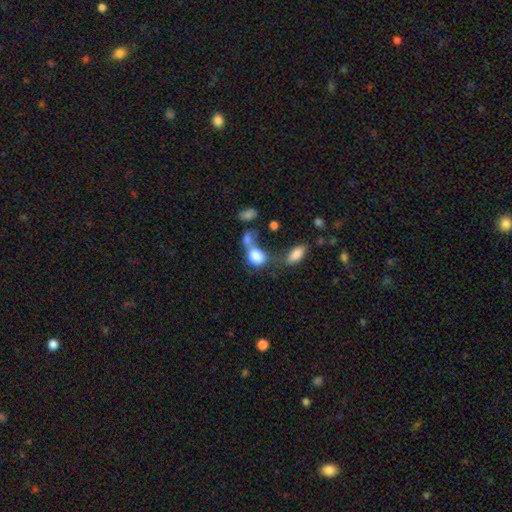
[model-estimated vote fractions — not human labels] Morphology: type=smooth (79%); roundness=in between (49%); merging=merger (51%).